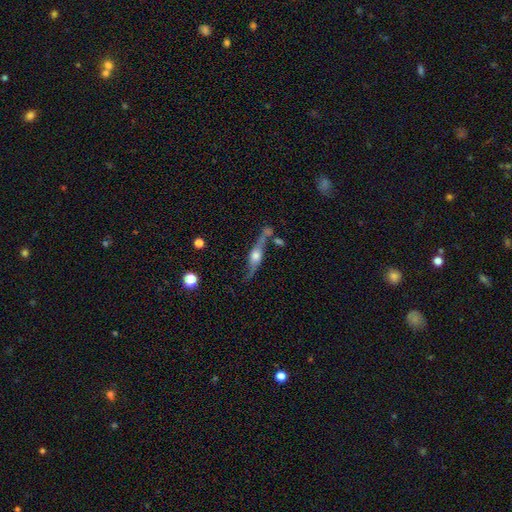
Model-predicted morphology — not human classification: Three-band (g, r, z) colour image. It shows a featured or disk galaxy (75%) viewed edge-on (68%) with a rounded central bulge (90%). Merging: none (54%).